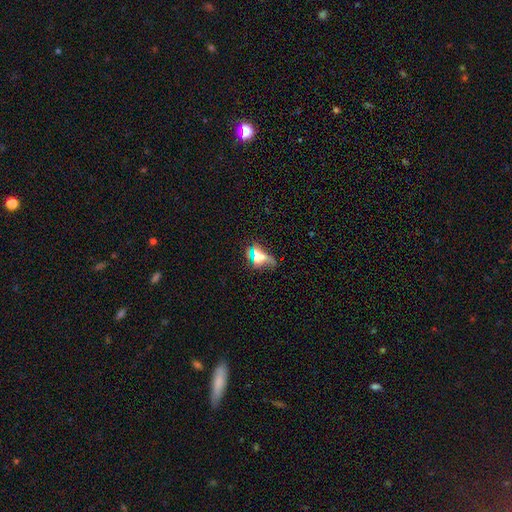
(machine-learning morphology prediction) A smooth galaxy with no disk features (49%).

Vote fractions:
- Smooth or featured? smooth: 49% / star or artifact: 28% / featured or disk: 23%
- Merging? none: 44% / merger: 19% / major disturbance: 19% / minor disturbance: 18%